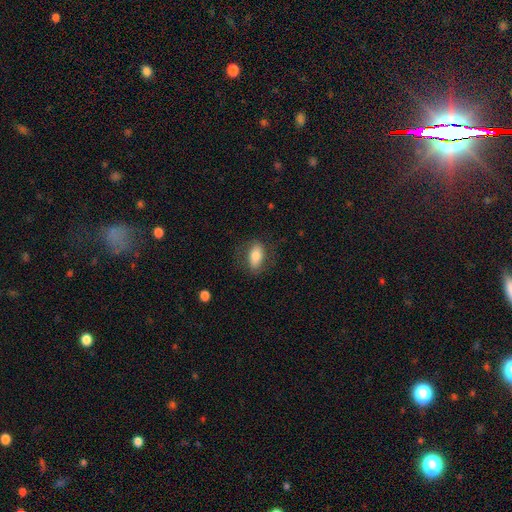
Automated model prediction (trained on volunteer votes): smooth-or-featured: smooth: 74% | featured or disk: 19% | star or artifact: 7%
  how-rounded: in between: 87% | cigar-shaped: 7% | round: 6%
  merging: none: 75% | minor disturbance: 16% | major disturbance: 8% | merger: 1%